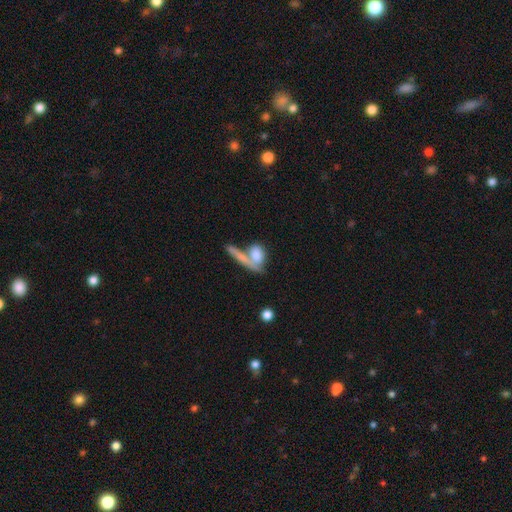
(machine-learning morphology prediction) Smooth or featured? smooth (74%)
How rounded? in between (64%)
Merging? merger (46%)